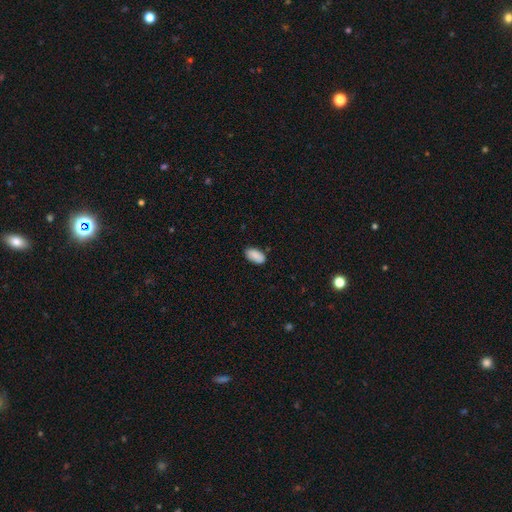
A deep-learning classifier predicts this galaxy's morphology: A smooth galaxy with no disk features (88%) that is in between round and cigar-shaped (94%). Merging: none (82%).